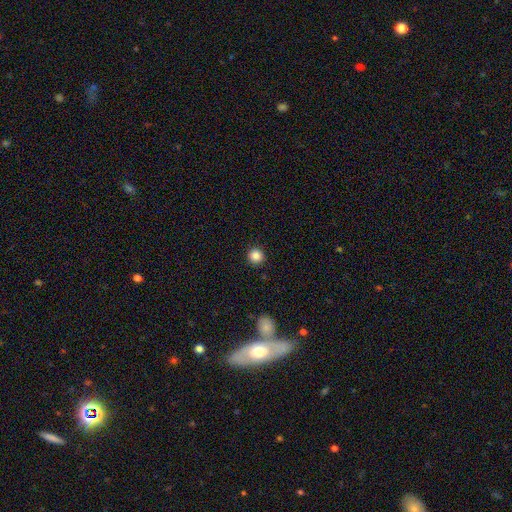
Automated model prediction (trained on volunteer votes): Smooth or featured?
  - smooth: 86% *
  - star or artifact: 11%
  - featured or disk: 3%
How rounded?
  - round: 94% *
  - in between: 5%
  - cigar-shaped: 1%
Merging?
  - none: 92% *
  - minor disturbance: 5%
  - major disturbance: 2%
  - merger: 1%